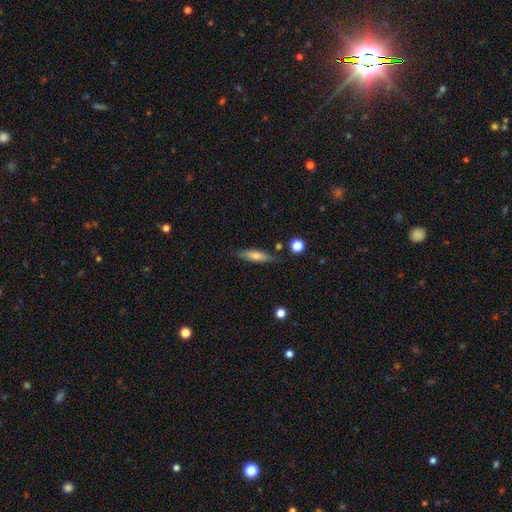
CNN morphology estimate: smooth_or_featured: smooth (p=0.56) [alt: featured or disk p=0.37]
how_rounded: cigar-shaped (p=0.70) [alt: in between p=0.28]
merging: none (p=0.77) [alt: minor disturbance p=0.16]